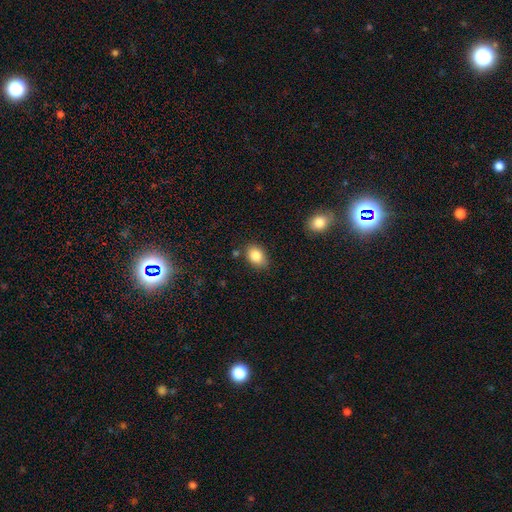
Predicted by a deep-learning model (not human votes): This appears to be a smooth galaxy with no disk features (84%) that is in between round and cigar-shaped (74%). Merging: none (78%).